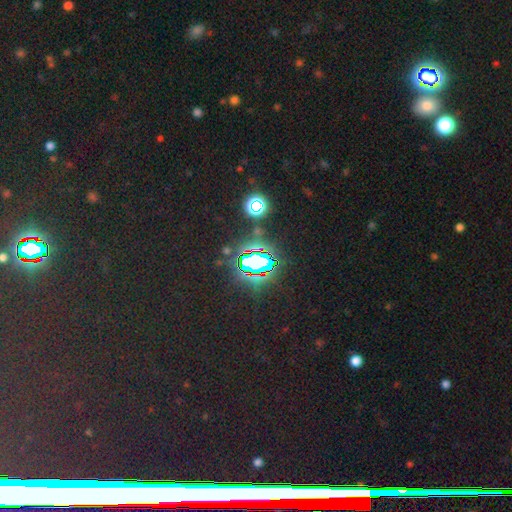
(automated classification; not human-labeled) Smooth or featured? Predicted: star or artifact (p=0.81).